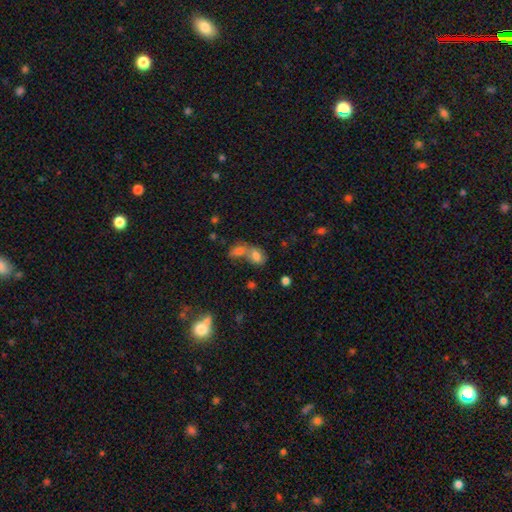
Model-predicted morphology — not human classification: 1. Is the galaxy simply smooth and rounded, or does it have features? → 71% smooth, 16% featured or disk, 13% star or artifact.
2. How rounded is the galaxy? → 73% in between, 25% round, 3% cigar-shaped.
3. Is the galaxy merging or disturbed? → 66% merger, 22% none, 7% minor disturbance, 5% major disturbance.